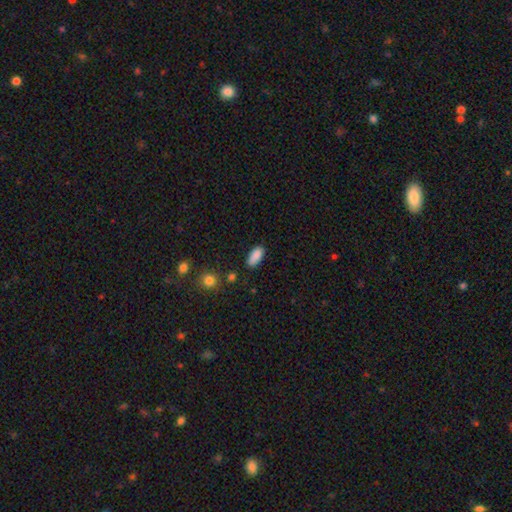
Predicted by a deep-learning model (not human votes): This is clearly a smooth galaxy (88%). How rounded: clearly in between (88%). Merging: likely none (80%).